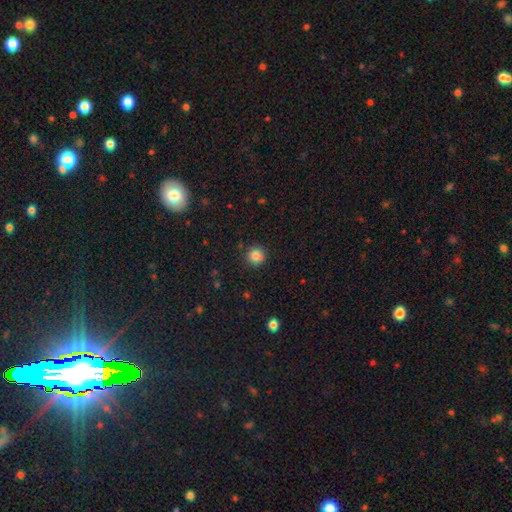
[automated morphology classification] smooth 82%, star or artifact 12%, featured or disk 6%. Down the decision tree: how rounded — round (93%); merging — none (82%).